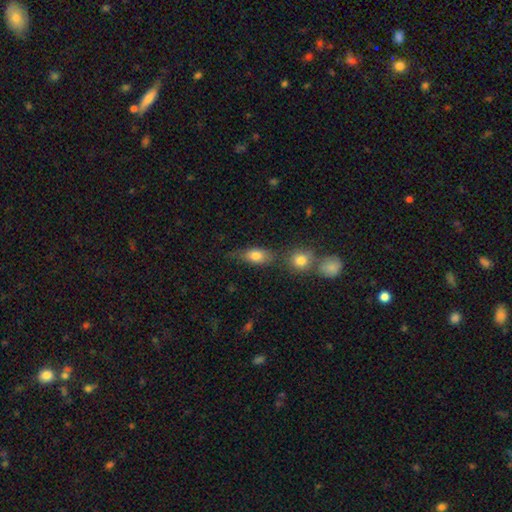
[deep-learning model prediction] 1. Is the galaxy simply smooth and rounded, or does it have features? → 78% smooth, 12% featured or disk, 9% star or artifact.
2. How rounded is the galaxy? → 75% in between, 16% round, 8% cigar-shaped.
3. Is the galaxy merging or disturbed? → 54% none, 20% merger, 19% minor disturbance, 7% major disturbance.